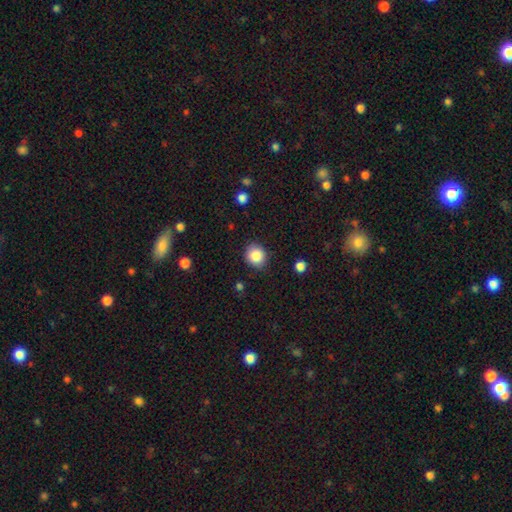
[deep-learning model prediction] Morphology: type=smooth (86%); roundness=round (79%); merging=none (86%).